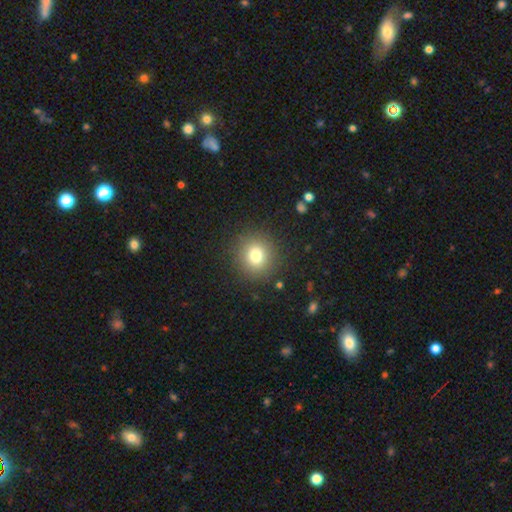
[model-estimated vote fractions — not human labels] smooth_or_featured: smooth (p=0.78) [alt: star or artifact p=0.13]
how_rounded: round (p=0.90) [alt: in between p=0.09]
merging: none (p=0.89) [alt: minor disturbance p=0.07]